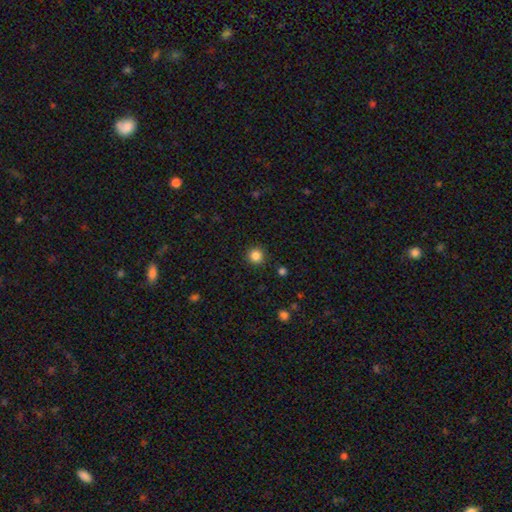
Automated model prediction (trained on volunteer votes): A smooth galaxy with no disk features (85%) that is round (94%). Merging: none (90%).